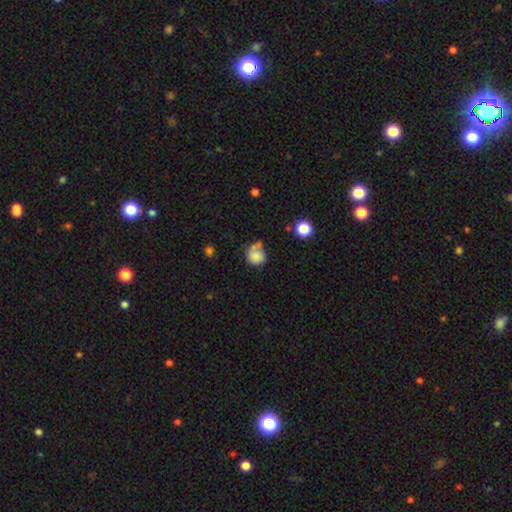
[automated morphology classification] smooth 77%, featured or disk 13%, star or artifact 10%. Down the decision tree: how rounded — round (76%); merging — none (39%).